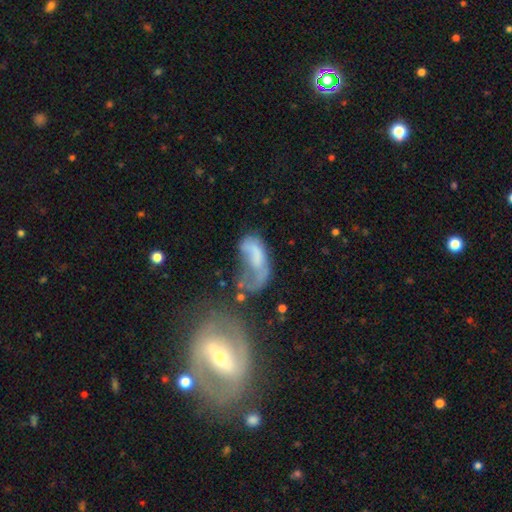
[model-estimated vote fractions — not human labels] A featured or disk galaxy (45%).

Vote fractions:
- Smooth or featured? featured or disk: 45% / smooth: 43% / star or artifact: 12%
- Merging? major disturbance: 46% / merger: 24% / none: 16% / minor disturbance: 14%